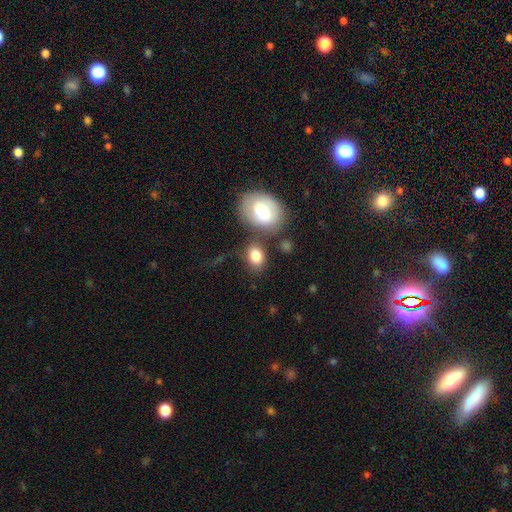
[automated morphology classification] Overall: smooth (82%). How rounded: in between (68%; round 31%). Merging: none (58%; merger 18%).